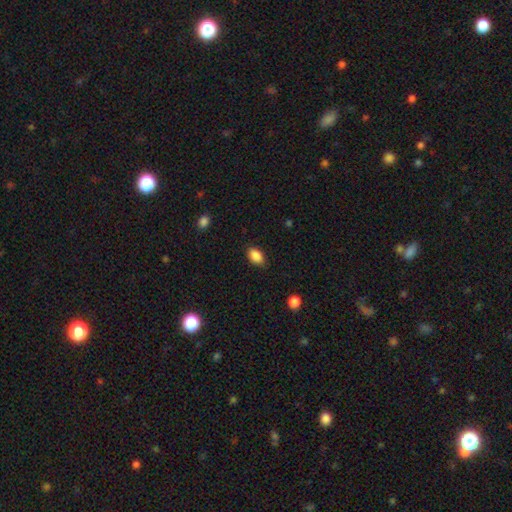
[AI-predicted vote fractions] smooth 89%, star or artifact 8%, featured or disk 3%. Down the decision tree: how rounded — in between (89%); merging — none (84%).